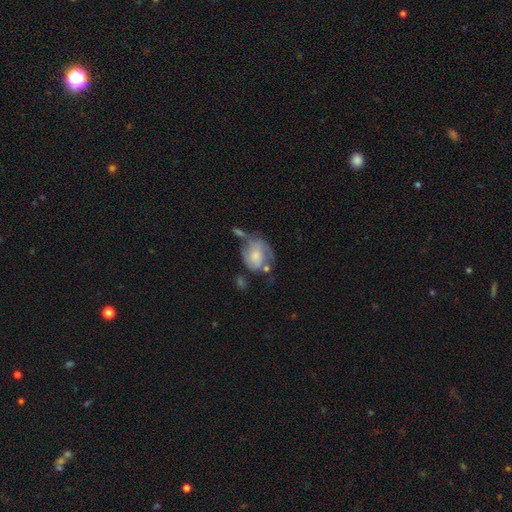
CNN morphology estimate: Overall: smooth (48%; featured or disk 45%). Merging: none (31%; minor disturbance 27%).